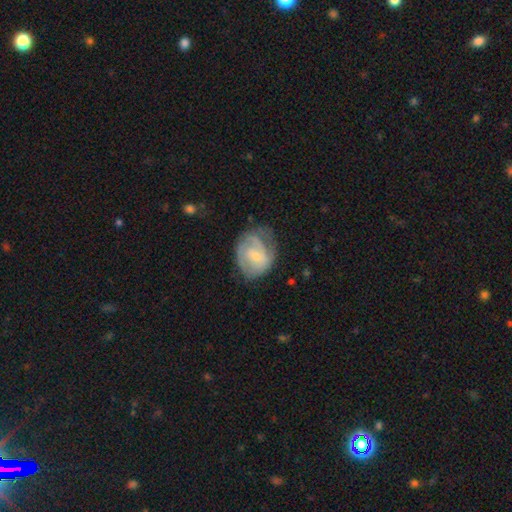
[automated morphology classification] The model was most divided on "bar": no: 46%, weak: 45%, strong: 9%. Remaining: edge-on disk — no (97%); spiral arms — yes (80%); smooth or featured — featured or disk (62%); bulge size — small (58%); merging — none (49%).